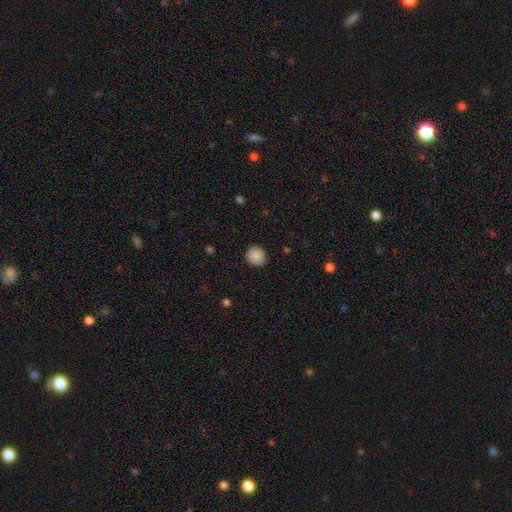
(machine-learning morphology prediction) Smooth or featured: smooth — 89% (star or artifact — 8%)
How rounded: round — 89% (in between — 10%)
Merging: none — 89% (minor disturbance — 8%)